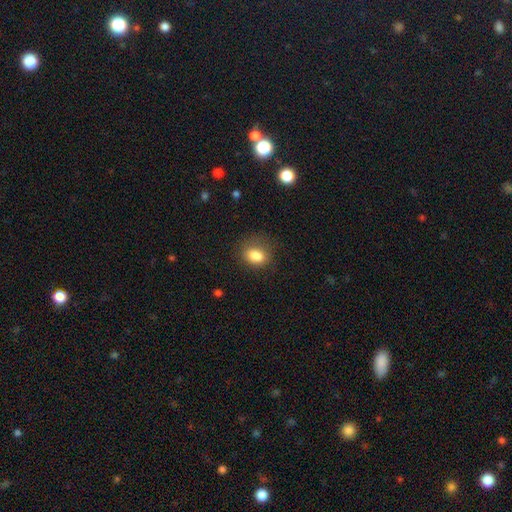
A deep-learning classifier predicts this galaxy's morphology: Smooth or featured? Predicted: smooth (p=0.83). How rounded? Predicted: in between (p=0.70). Merging? Predicted: none (p=0.64).